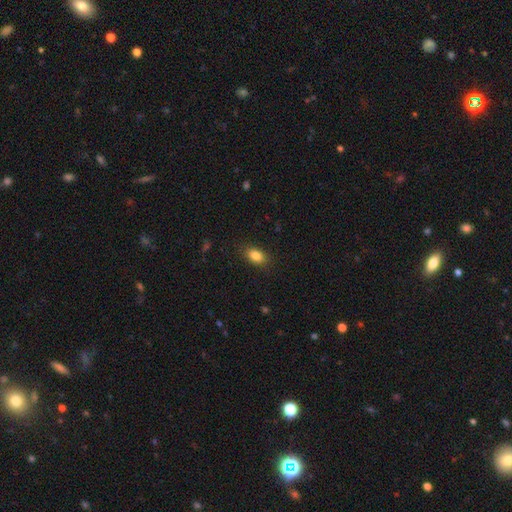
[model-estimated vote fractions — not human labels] Overall: smooth (85%). How rounded: in between (85%). Merging: none (86%).